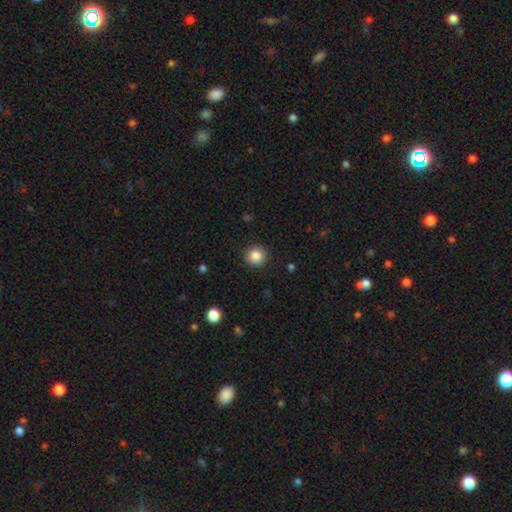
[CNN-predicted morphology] Smooth or featured: smooth — 86% (star or artifact — 10%)
How rounded: round — 94% (in between — 5%)
Merging: none — 91% (minor disturbance — 6%)